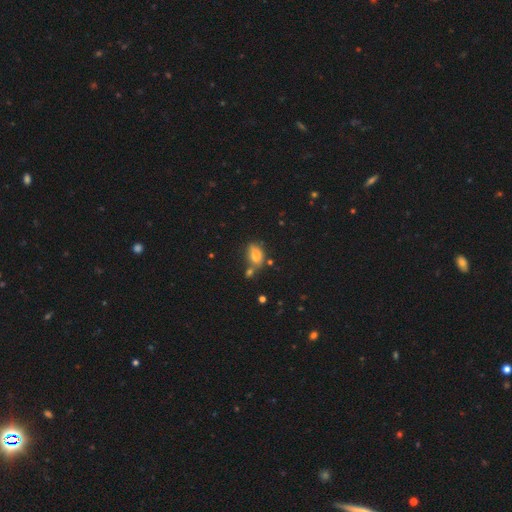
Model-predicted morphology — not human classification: A smooth galaxy with no disk features (79%) that is in between round and cigar-shaped (80%).

Vote fractions:
- Smooth or featured? smooth: 79% / star or artifact: 11% / featured or disk: 10%
- How rounded? in between: 80% / round: 19% / cigar-shaped: 2%
- Merging? none: 44% / merger: 25% / minor disturbance: 23% / major disturbance: 9%